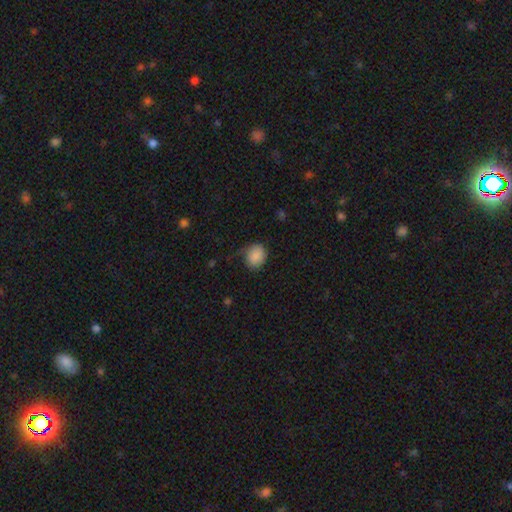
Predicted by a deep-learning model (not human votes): Q: Smooth or featured?
A: smooth (87%); runner-up: star or artifact (8%)
Q: How rounded?
A: round (67%); runner-up: in between (32%)
Q: Merging?
A: none (68%); runner-up: minor disturbance (24%)